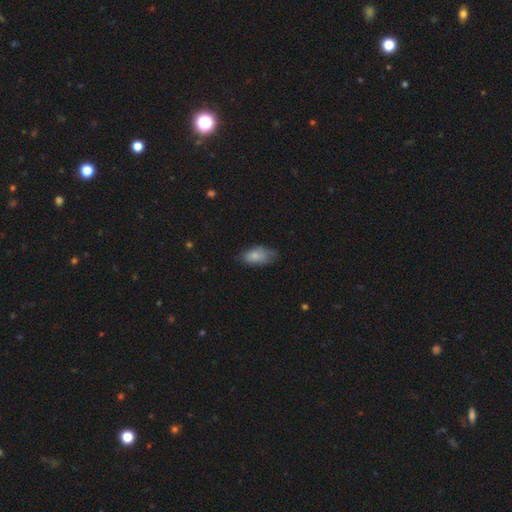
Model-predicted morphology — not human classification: type=smooth (76%); roundness=in between (91%); merging=none (48%).